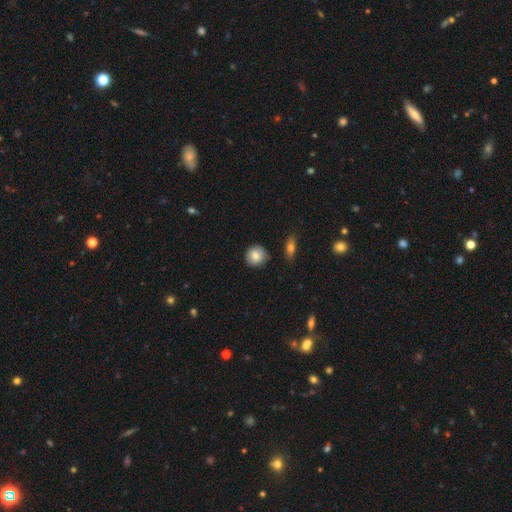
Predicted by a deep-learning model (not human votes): The model was most divided on "smooth or featured": smooth: 82%, featured or disk: 10%, star or artifact: 8%. More confident: how rounded — round (90%); merging — none (86%).